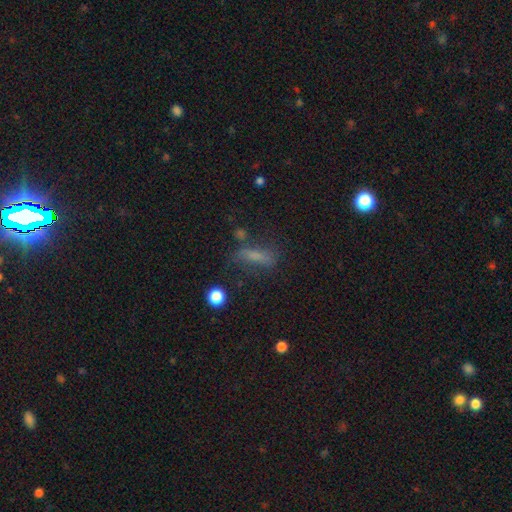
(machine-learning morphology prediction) smooth_or_featured: smooth (p=0.59) [alt: featured or disk p=0.23]
how_rounded: cigar-shaped (p=0.56) [alt: in between p=0.38]
merging: none (p=0.57) [alt: minor disturbance p=0.22]